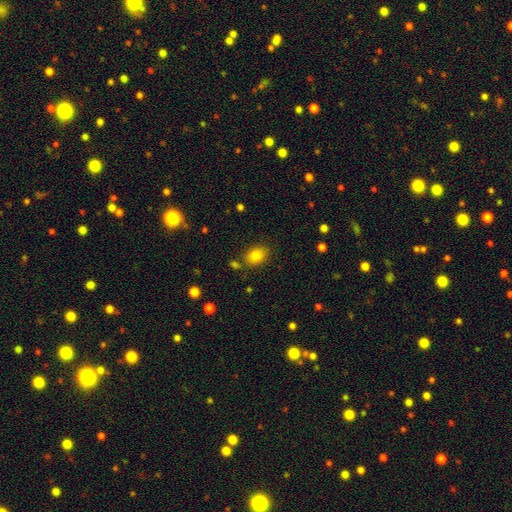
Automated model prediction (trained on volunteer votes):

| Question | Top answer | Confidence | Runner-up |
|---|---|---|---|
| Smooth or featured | smooth | 83% | star or artifact (11%) |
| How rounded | in between | 69% | round (30%) |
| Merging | none | 80% | minor disturbance (12%) |